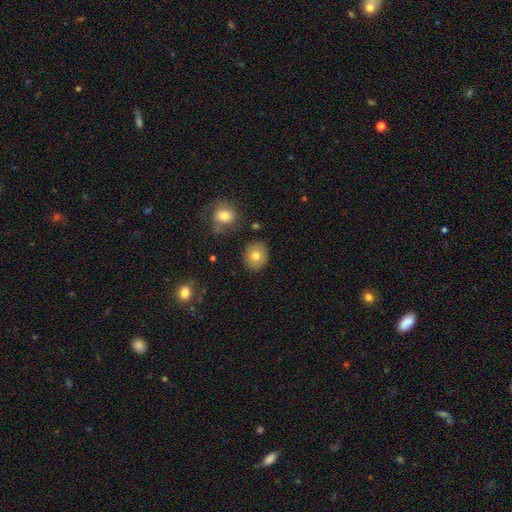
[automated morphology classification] A smooth galaxy with no disk features (78%) that is round (70%).

Vote fractions:
- Smooth or featured? smooth: 78% / featured or disk: 13% / star or artifact: 9%
- How rounded? round: 70% / in between: 29% / cigar-shaped: 1%
- Merging? none: 84% / minor disturbance: 10% / merger: 3% / major disturbance: 3%